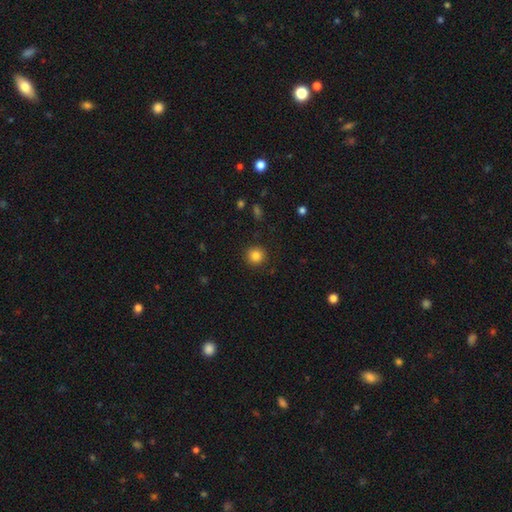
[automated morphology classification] Smooth or featured?
  - smooth: 84% *
  - star or artifact: 11%
  - featured or disk: 5%
How rounded?
  - round: 93% *
  - in between: 6%
  - cigar-shaped: 1%
Merging?
  - none: 91% *
  - minor disturbance: 6%
  - major disturbance: 2%
  - merger: 1%